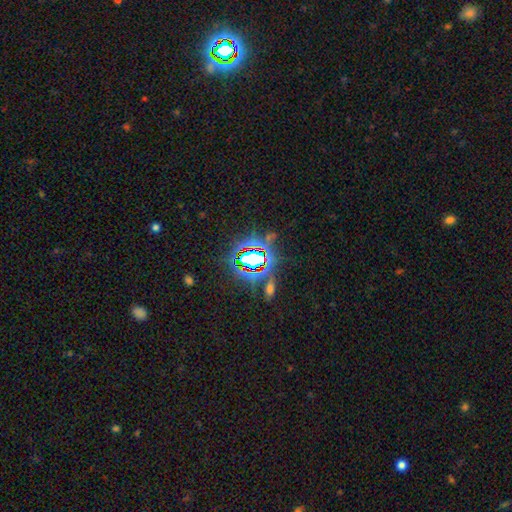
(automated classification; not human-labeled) Overall: star or artifact (73%).